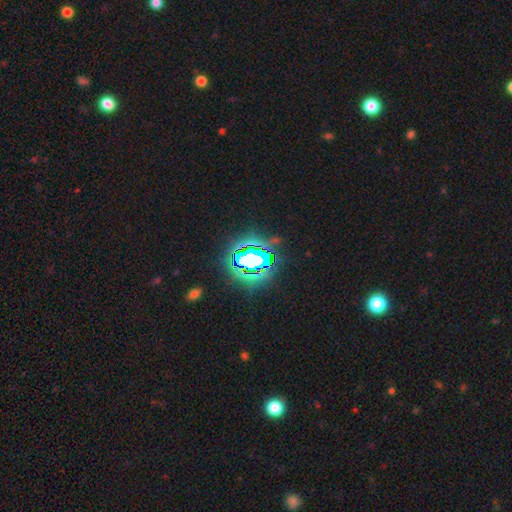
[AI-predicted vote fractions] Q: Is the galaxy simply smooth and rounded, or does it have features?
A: star or artifact — 80%.